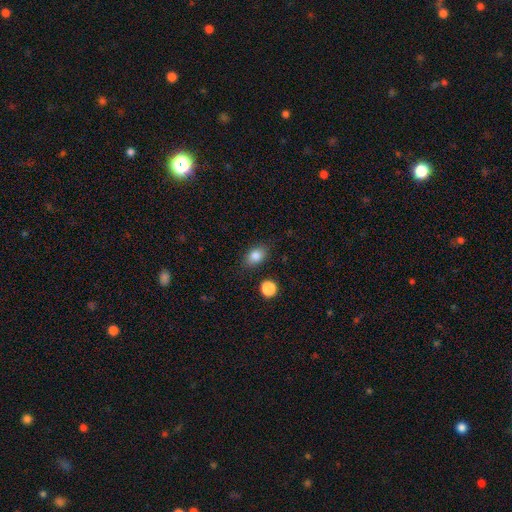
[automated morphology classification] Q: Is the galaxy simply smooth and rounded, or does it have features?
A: smooth — 84%.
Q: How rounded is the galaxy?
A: in between — 78%.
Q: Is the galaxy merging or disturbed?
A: none — 83%.